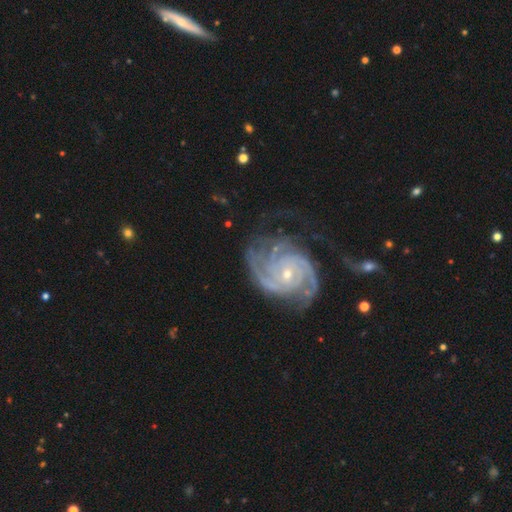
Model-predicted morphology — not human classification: Smooth or featured: featured or disk — 88% (star or artifact — 8%)
Edge-on disk: no — 97% (yes — 3%)
Bar: no — 68% (weak — 24%)
Spiral arms: yes — 98% (no — 2%)
Spiral winding: tight — 62% (medium — 32%)
Spiral arm count: 3 — 30% (2 — 28%)
Bulge size: small — 72% (moderate — 24%)
Merging: none — 71% (minor disturbance — 18%)